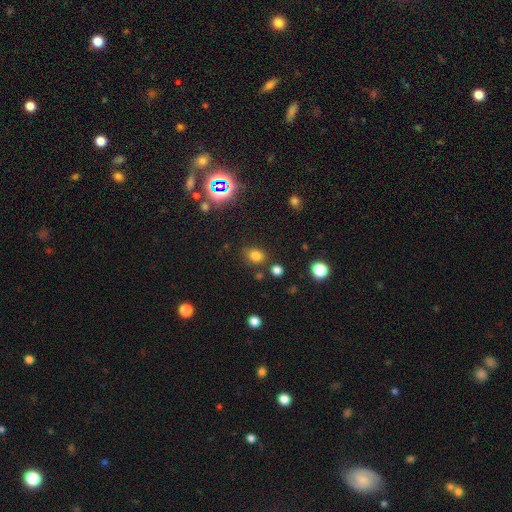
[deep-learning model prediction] Morphology: type=smooth (75%); roundness=round (50%); merging=none (78%).